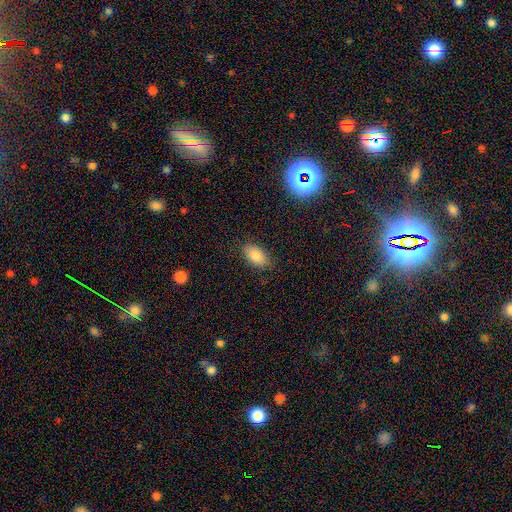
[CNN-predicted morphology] This is clearly a smooth galaxy (84%). How rounded: clearly in between (92%). Merging: clearly none (84%).